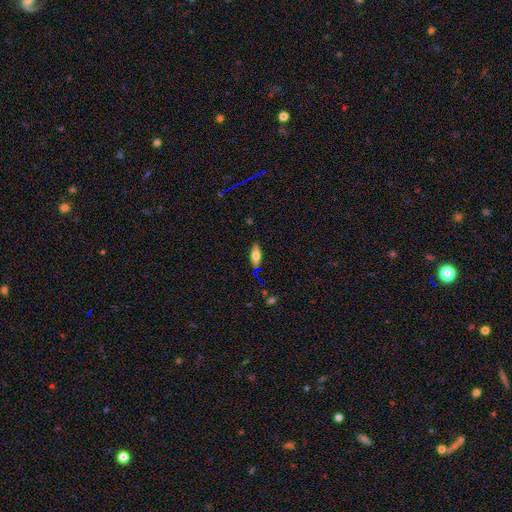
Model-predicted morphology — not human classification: smooth 60%, featured or disk 30%, star or artifact 10%. Down the decision tree: how rounded — in between (71%); merging — none (78%).